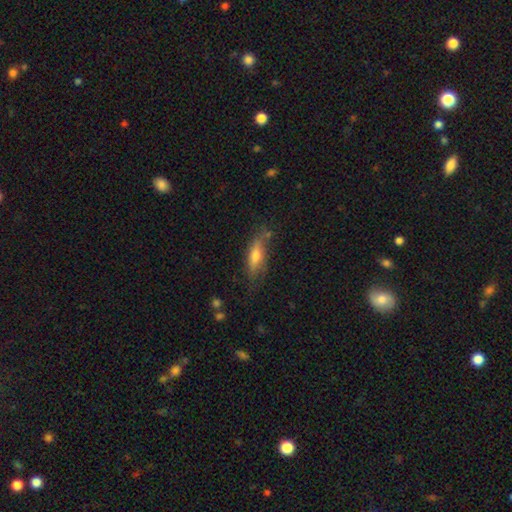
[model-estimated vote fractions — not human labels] This is possibly a smooth galaxy (60%). How rounded: possibly in between (51%). Merging: likely none (62%).